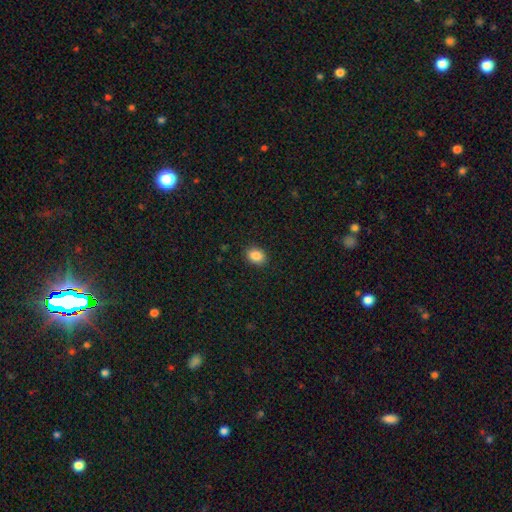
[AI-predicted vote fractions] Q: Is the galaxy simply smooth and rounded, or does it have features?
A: smooth — 87%.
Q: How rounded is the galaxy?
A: in between — 68%.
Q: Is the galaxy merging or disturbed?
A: none — 89%.